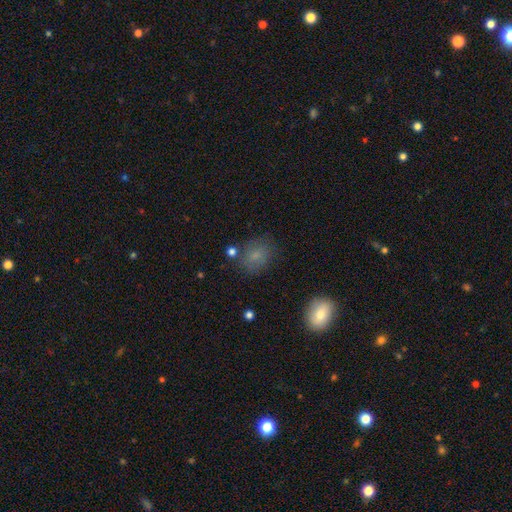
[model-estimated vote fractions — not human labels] This appears to be a smooth galaxy with no disk features (75%) that is round (51%). Merging: none (72%).